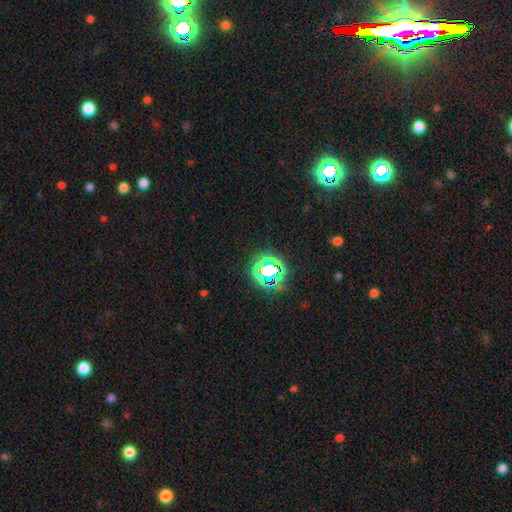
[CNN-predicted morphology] smooth_or_featured: star or artifact (p=0.70) [alt: smooth p=0.20]